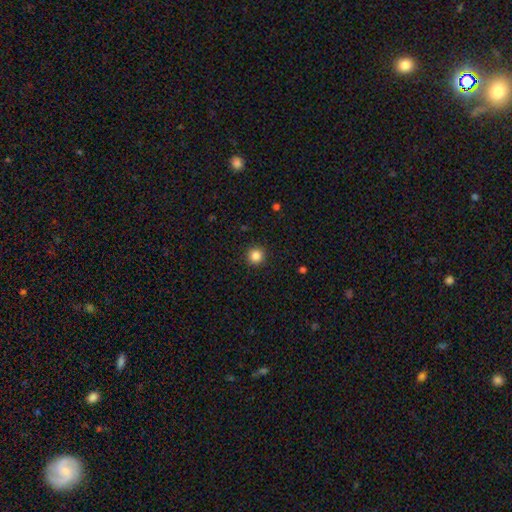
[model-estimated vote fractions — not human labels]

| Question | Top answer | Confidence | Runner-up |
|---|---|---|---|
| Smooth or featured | smooth | 85% | star or artifact (11%) |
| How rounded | round | 96% | in between (3%) |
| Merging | none | 92% | minor disturbance (5%) |